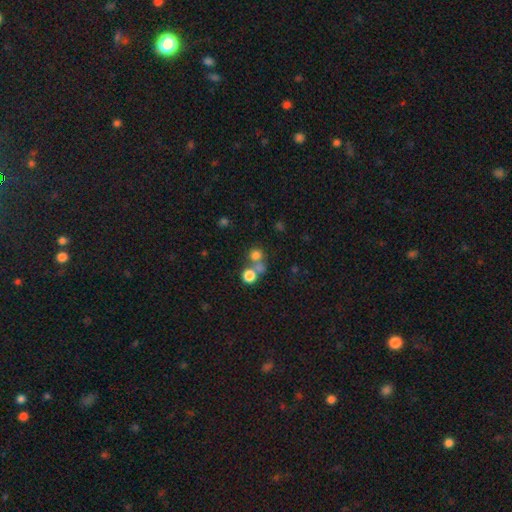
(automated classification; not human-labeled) Overall: smooth (63%; star or artifact 25%). How rounded: round (88%). Merging: none (54%; merger 36%).